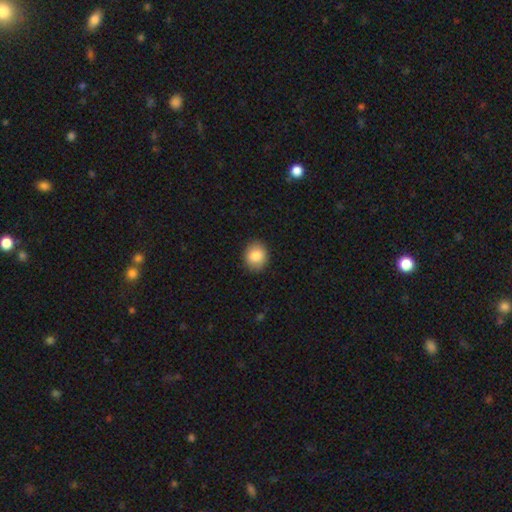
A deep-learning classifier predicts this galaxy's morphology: Smooth or featured: smooth — 86% (star or artifact — 8%)
How rounded: round — 68% (in between — 31%)
Merging: none — 88% (minor disturbance — 9%)